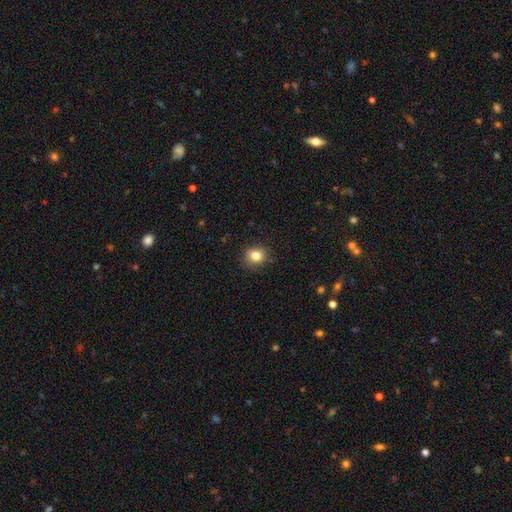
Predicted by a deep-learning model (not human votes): Smooth or featured?
  - smooth: 83% *
  - star or artifact: 11%
  - featured or disk: 6%
How rounded?
  - round: 75% *
  - in between: 24%
  - cigar-shaped: 1%
Merging?
  - none: 84% *
  - minor disturbance: 12%
  - major disturbance: 3%
  - merger: 1%